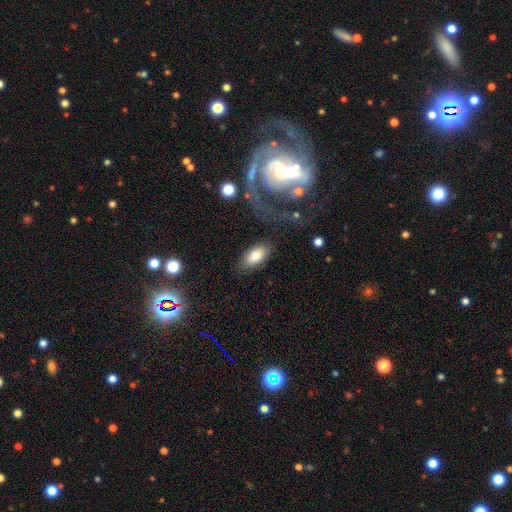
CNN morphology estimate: smooth_or_featured: smooth (p=0.78) [alt: featured or disk p=0.15]
how_rounded: in between (p=0.92) [alt: cigar-shaped p=0.04]
merging: none (p=0.79) [alt: minor disturbance p=0.13]